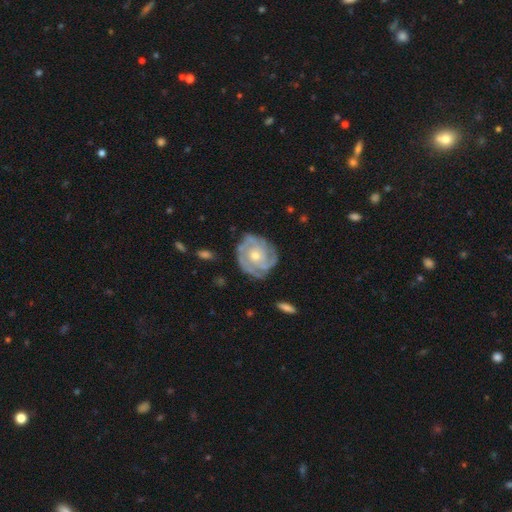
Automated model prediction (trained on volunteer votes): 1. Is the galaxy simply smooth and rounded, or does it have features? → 84% featured or disk, 11% smooth, 5% star or artifact.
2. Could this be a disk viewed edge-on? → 98% no, 2% yes.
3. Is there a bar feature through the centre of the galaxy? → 79% no, 17% weak, 3% strong.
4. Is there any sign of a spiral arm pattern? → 93% yes, 7% no.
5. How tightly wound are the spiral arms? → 71% tight, 24% medium, 5% loose.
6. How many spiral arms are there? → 31% 3, 28% can't tell, 19% 2, 12% 4, 5% 1, 5% more than 4.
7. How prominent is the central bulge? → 52% moderate, 44% small, 2% large, 1% none, 1% dominant.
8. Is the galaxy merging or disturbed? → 75% none, 18% minor disturbance, 6% major disturbance, 2% merger.